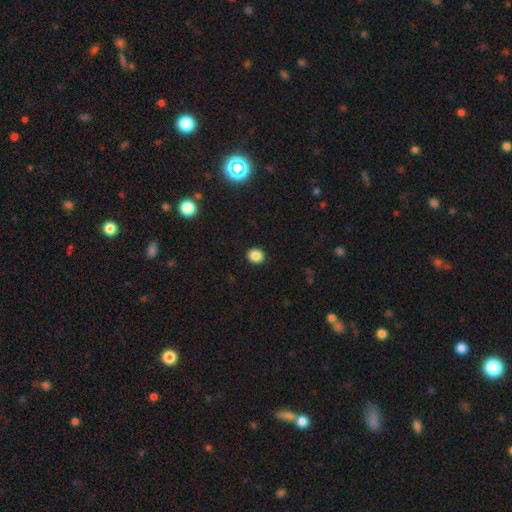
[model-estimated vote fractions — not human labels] Overall: smooth (87%). How rounded: round (75%). Merging: none (92%).